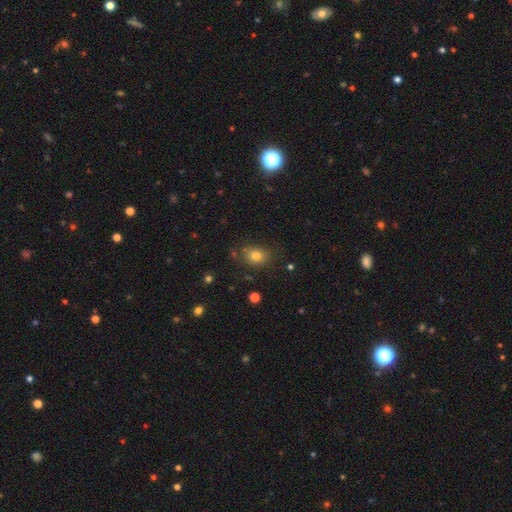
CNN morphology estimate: type=smooth (79%); roundness=in between (53%); merging=none (76%).